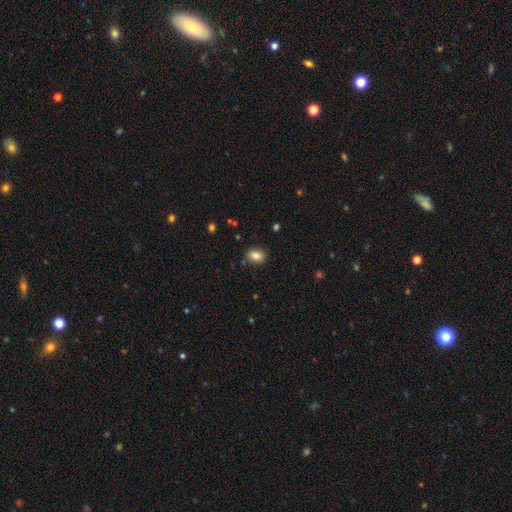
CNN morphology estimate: Q: Smooth or featured?
A: smooth (83%); runner-up: star or artifact (9%)
Q: How rounded?
A: in between (78%); runner-up: round (20%)
Q: Merging?
A: none (84%); runner-up: minor disturbance (12%)